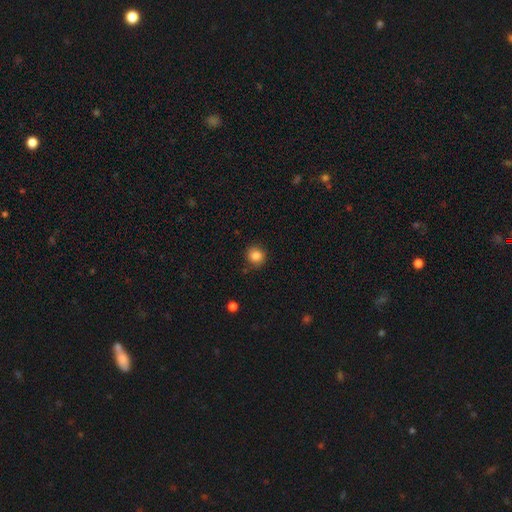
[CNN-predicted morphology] Q: Smooth or featured?
A: smooth (84%); runner-up: star or artifact (11%)
Q: How rounded?
A: round (87%); runner-up: in between (12%)
Q: Merging?
A: none (87%); runner-up: minor disturbance (9%)